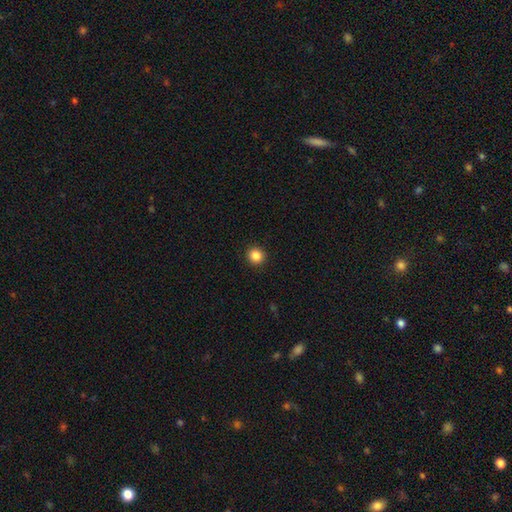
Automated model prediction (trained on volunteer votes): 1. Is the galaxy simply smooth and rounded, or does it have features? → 86% smooth, 11% star or artifact, 4% featured or disk.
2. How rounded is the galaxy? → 91% round, 8% in between, 1% cigar-shaped.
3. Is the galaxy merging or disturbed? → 93% none, 4% minor disturbance, 2% major disturbance, 1% merger.